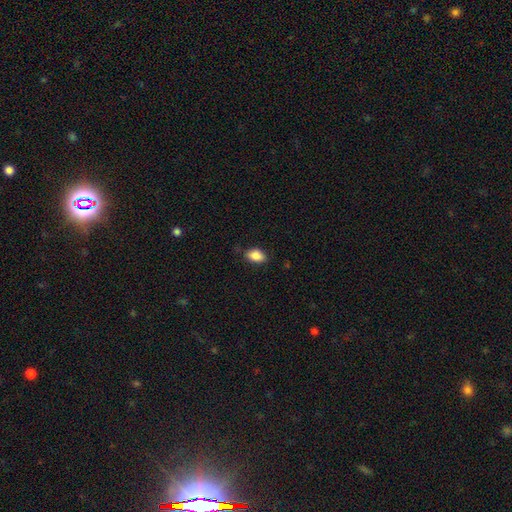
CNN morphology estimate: type=smooth (87%); roundness=in between (88%); merging=none (80%).